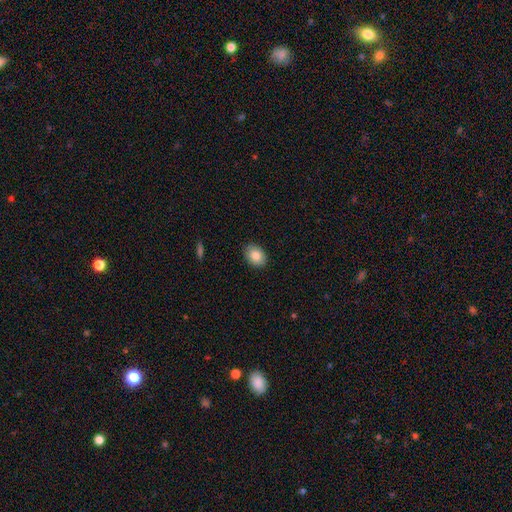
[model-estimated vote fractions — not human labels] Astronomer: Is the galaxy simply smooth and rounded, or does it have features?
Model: smooth — 84%.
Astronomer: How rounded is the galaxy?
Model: in between — 67%.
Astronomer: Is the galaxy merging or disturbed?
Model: none — 88%.